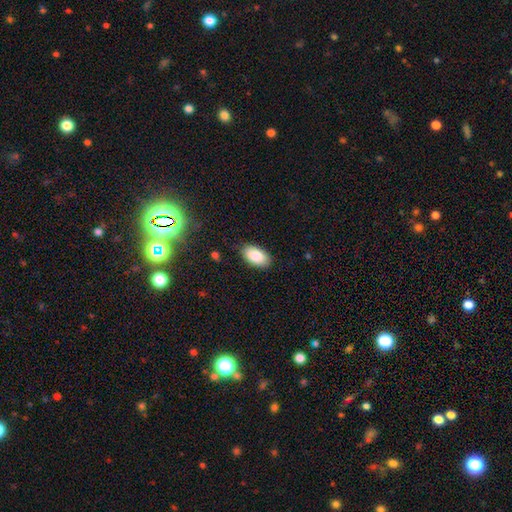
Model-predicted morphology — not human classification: Smooth or featured? Predicted: smooth (p=0.87). How rounded? Predicted: in between (p=0.95). Merging? Predicted: none (p=0.87).